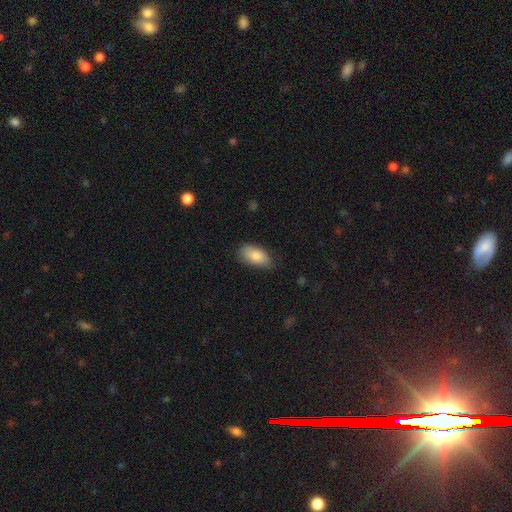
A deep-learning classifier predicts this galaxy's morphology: Q: Smooth or featured?
A: smooth (84%); runner-up: featured or disk (10%)
Q: How rounded?
A: in between (92%); runner-up: cigar-shaped (4%)
Q: Merging?
A: none (72%); runner-up: minor disturbance (23%)